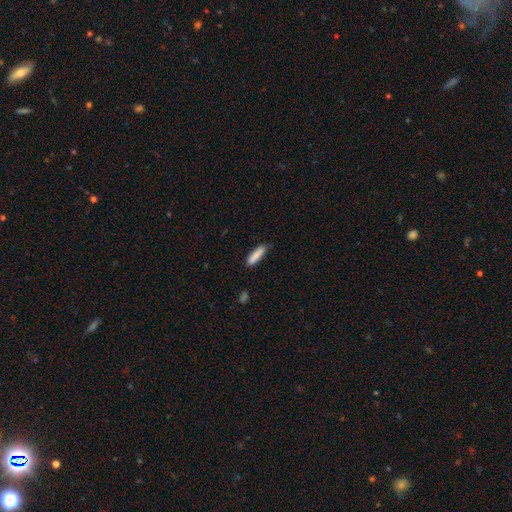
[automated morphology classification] type=smooth (85%); roundness=cigar-shaped (78%); merging=none (73%).